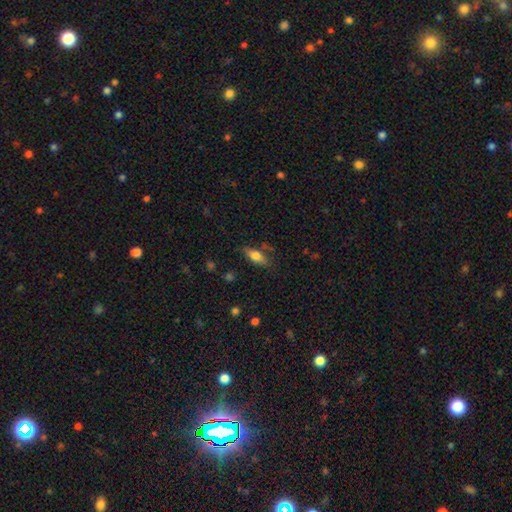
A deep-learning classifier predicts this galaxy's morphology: Smooth or featured?
  - smooth: 71% *
  - featured or disk: 22%
  - star or artifact: 8%
How rounded?
  - in between: 73% *
  - cigar-shaped: 24%
  - round: 3%
Merging?
  - none: 72% *
  - minor disturbance: 18%
  - major disturbance: 5%
  - merger: 4%